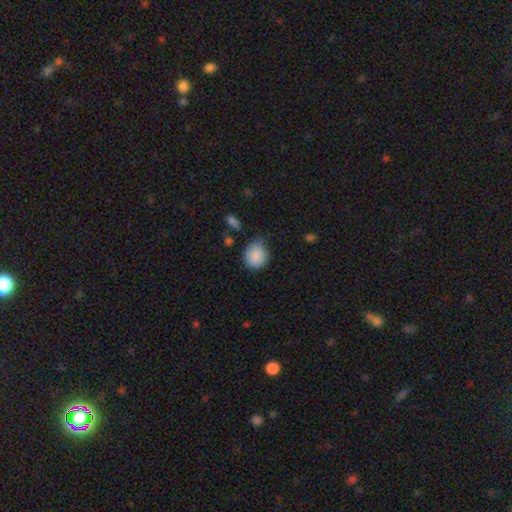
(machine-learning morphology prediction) smooth-or-featured: smooth: 87% | star or artifact: 7% | featured or disk: 5%
  how-rounded: round: 69% | in between: 30% | cigar-shaped: 1%
  merging: none: 62% | minor disturbance: 29% | major disturbance: 6% | merger: 3%